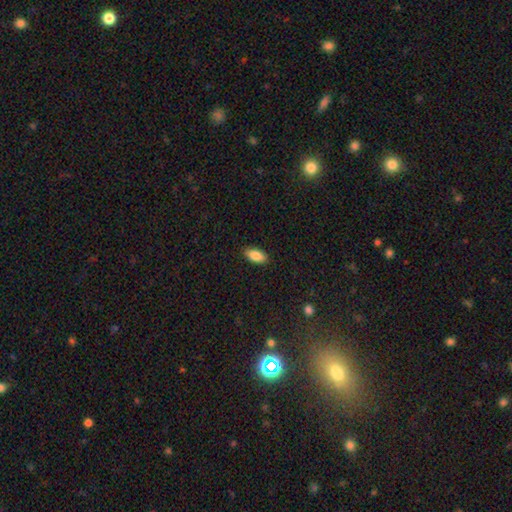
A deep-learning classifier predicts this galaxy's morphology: smooth 85%, featured or disk 8%, star or artifact 7%. Down the decision tree: how rounded — in between (91%); merging — none (88%).